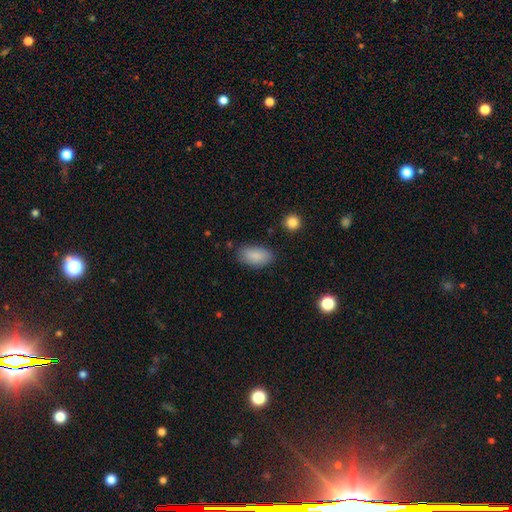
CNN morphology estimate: type=smooth (87%); roundness=in between (93%); merging=none (81%).